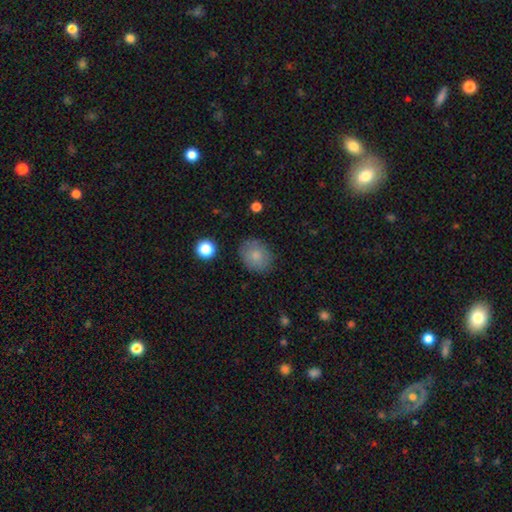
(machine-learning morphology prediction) Smooth or featured? Predicted: smooth (p=0.81). How rounded? Predicted: round (p=0.53). Merging? Predicted: none (p=0.82).